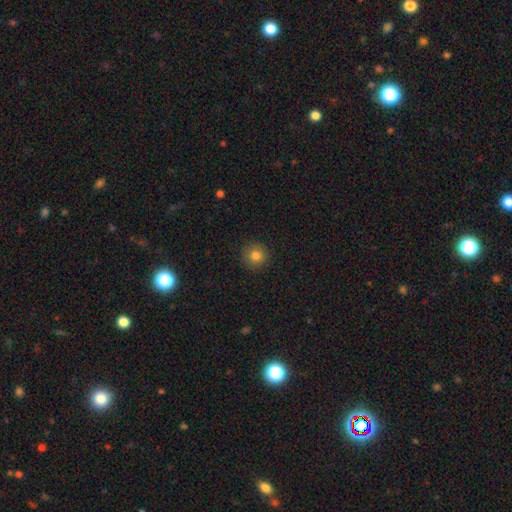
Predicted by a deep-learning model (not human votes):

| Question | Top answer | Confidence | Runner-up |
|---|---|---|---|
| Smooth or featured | smooth | 81% | star or artifact (11%) |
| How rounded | round | 94% | in between (5%) |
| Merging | none | 90% | minor disturbance (7%) |